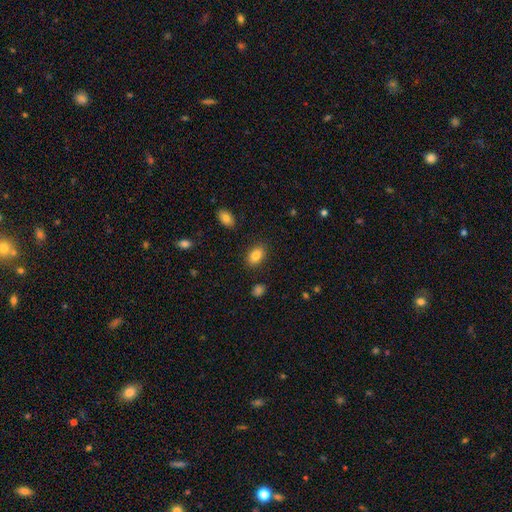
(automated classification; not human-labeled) Morphology: type=smooth (85%); roundness=in between (85%); merging=none (86%).